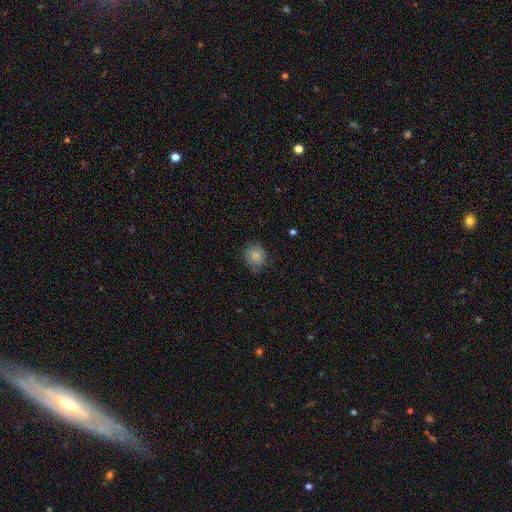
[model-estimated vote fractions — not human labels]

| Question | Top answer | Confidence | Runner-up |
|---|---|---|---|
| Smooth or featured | smooth | 85% | star or artifact (9%) |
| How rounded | round | 84% | in between (15%) |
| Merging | none | 74% | minor disturbance (20%) |